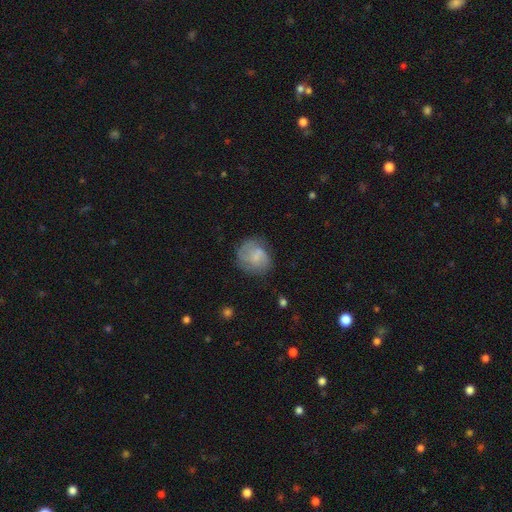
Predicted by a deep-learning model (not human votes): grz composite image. It shows a smooth galaxy with no disk features (52%) that is round (70%). Merging: none (56%).